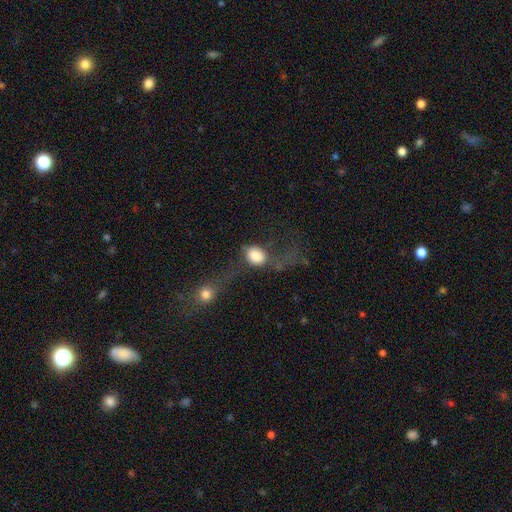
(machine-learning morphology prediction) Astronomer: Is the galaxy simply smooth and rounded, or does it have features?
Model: smooth — 74%.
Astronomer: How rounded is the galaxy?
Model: in between — 53% (runner-up: round, 45%).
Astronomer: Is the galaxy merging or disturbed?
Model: major disturbance — 33% (runner-up: none, 27%).